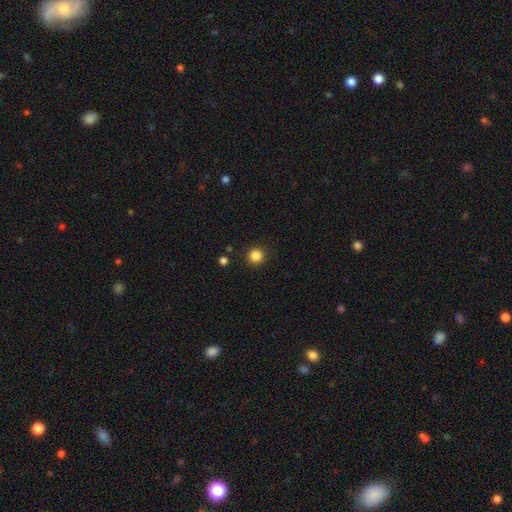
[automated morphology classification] Smooth or featured? smooth (85%)
How rounded? round (94%)
Merging? none (91%)